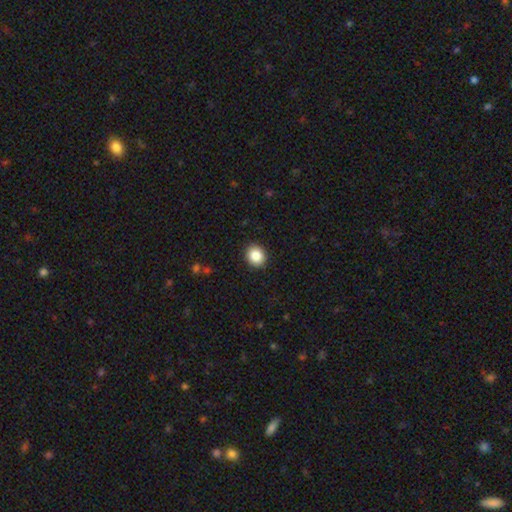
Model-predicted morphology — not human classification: This is clearly a smooth galaxy (87%). How rounded: likely round (72%). Merging: clearly none (91%).